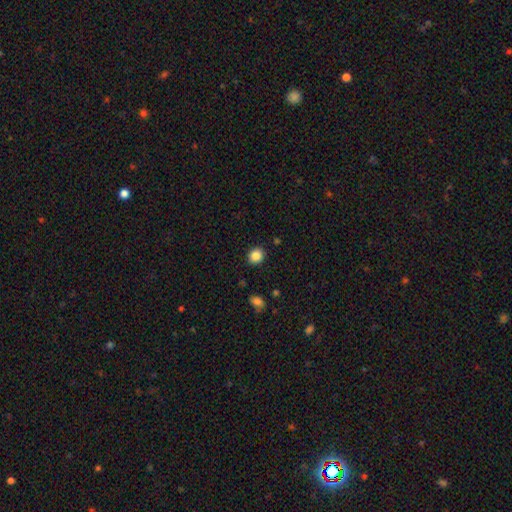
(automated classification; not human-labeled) Smooth or featured? smooth (86%)
How rounded? round (70%)
Merging? none (89%)